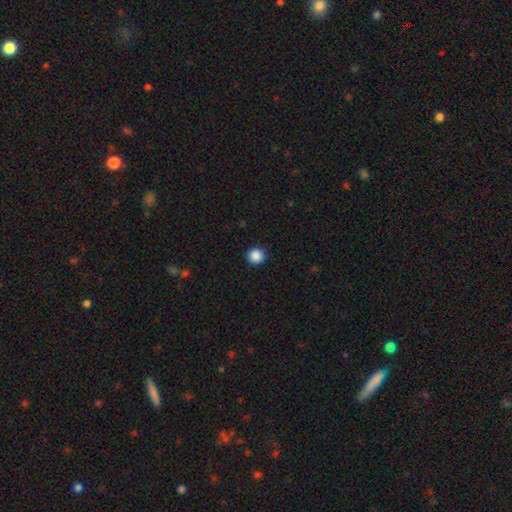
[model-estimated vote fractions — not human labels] smooth 88%, star or artifact 9%, featured or disk 2%. Down the decision tree: how rounded — round (93%); merging — none (92%).